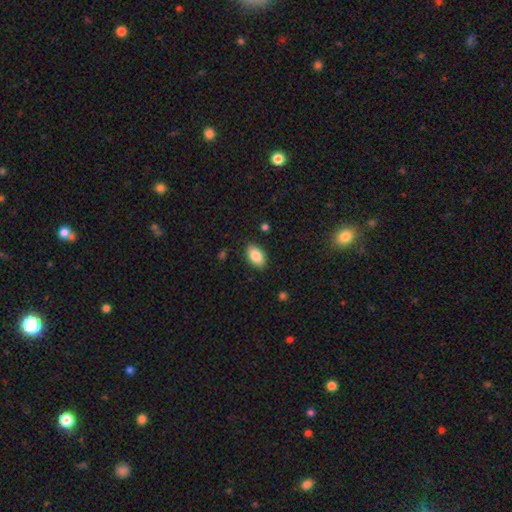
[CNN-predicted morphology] This appears to be a smooth galaxy with no disk features (86%) that is in between round and cigar-shaped (93%). Merging: none (87%).